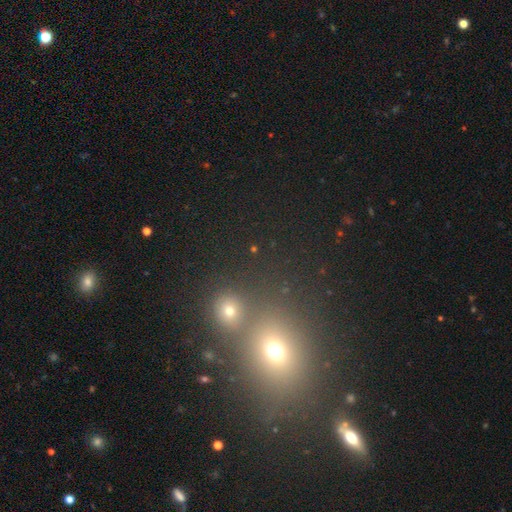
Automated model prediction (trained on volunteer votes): Morphology: type=smooth (45%); merging=none (64%).